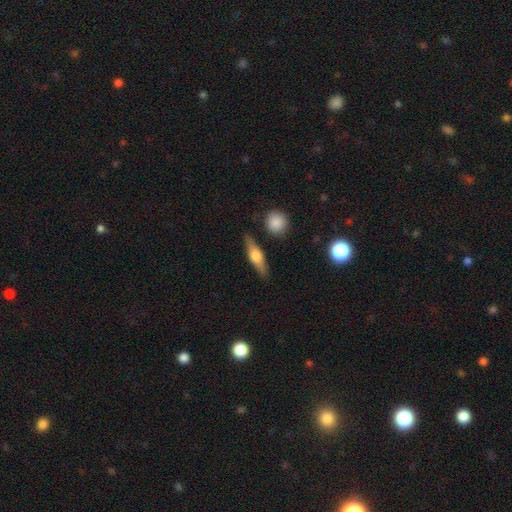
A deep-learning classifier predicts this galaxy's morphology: A featured or disk galaxy (56%) viewed edge-on (93%) with a rounded central bulge (90%). Merging: none (85%).